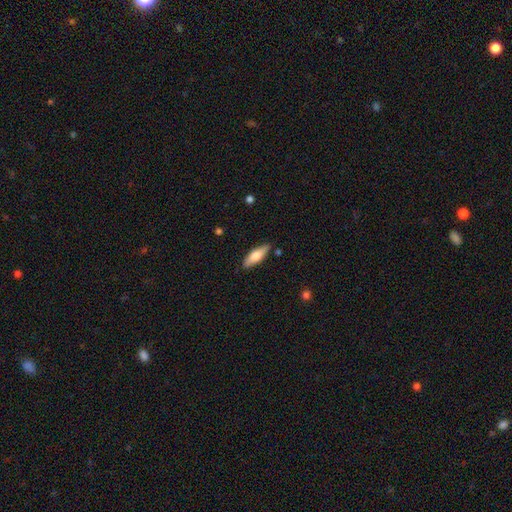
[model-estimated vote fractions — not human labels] smooth-or-featured: smooth: 67% | featured or disk: 27% | star or artifact: 6%
  how-rounded: in between: 55% | cigar-shaped: 43% | round: 2%
  merging: none: 85% | minor disturbance: 12% | major disturbance: 2% | merger: 2%